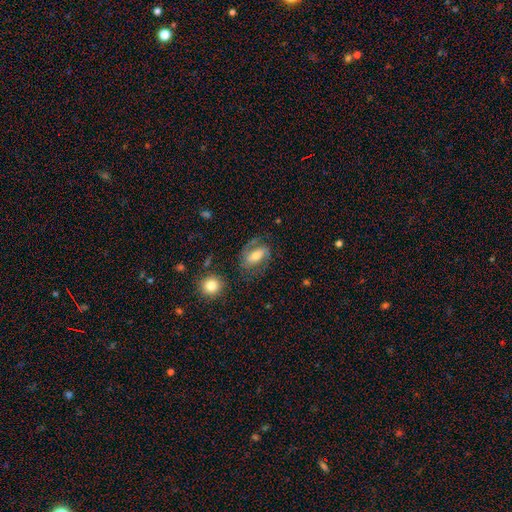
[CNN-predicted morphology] smooth_or_featured: featured or disk (p=0.63) [alt: smooth p=0.29]
disk_edge_on: no (p=0.93) [alt: yes p=0.07]
bar: strong (p=0.41) [alt: weak p=0.33]
has_spiral_arms: yes (p=0.85) [alt: no p=0.15]
bulge_size: moderate (p=0.59) [alt: small p=0.27]
merging: none (p=0.65) [alt: minor disturbance p=0.18]